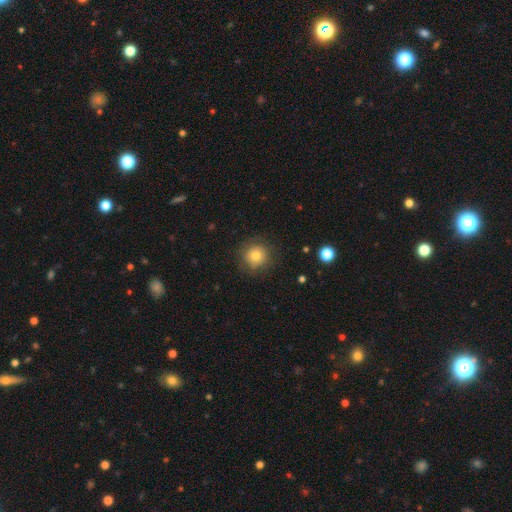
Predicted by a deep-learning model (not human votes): smooth 76%, featured or disk 13%, star or artifact 11%. Down the decision tree: how rounded — round (93%); merging — none (83%).